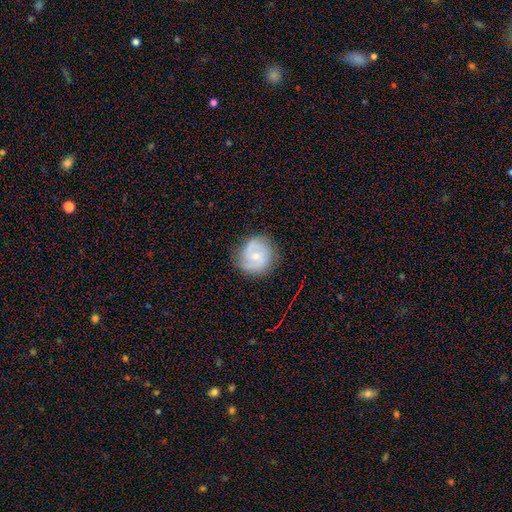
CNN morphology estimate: The model was most divided on "smooth or featured": featured or disk: 56%, smooth: 37%, star or artifact: 8%. More confident: edge-on disk — no (98%); spiral arms — yes (84%); merging — none (77%); bulge size — small (60%); bar — no (60%).